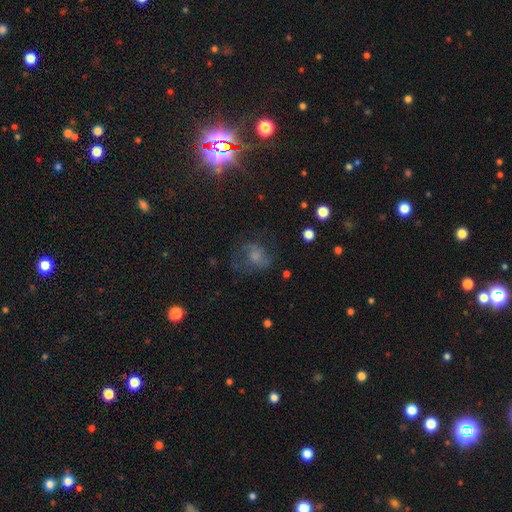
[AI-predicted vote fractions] Smooth or featured? smooth (47%)
Merging? none (49%)